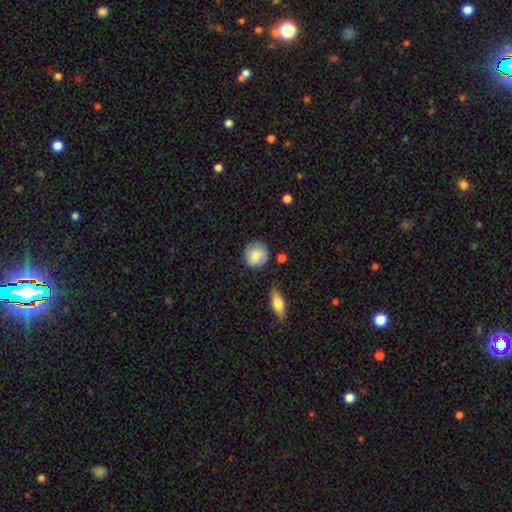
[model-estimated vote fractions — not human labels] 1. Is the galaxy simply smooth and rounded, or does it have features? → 74% smooth, 19% featured or disk, 7% star or artifact.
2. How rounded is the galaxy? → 88% round, 11% in between, 1% cigar-shaped.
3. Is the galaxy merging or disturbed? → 77% none, 17% minor disturbance, 4% major disturbance, 3% merger.